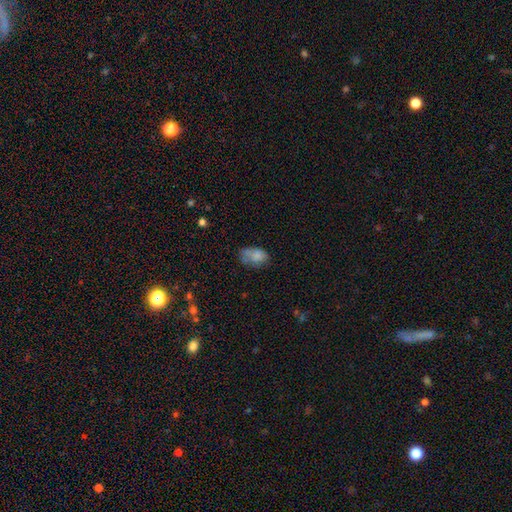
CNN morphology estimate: Smooth or featured? smooth (74%)
How rounded? in between (85%)
Merging? none (43%)